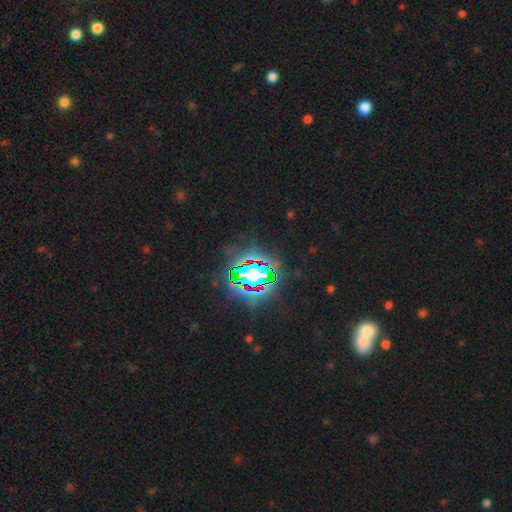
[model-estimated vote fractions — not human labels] Overall: star or artifact (82%).